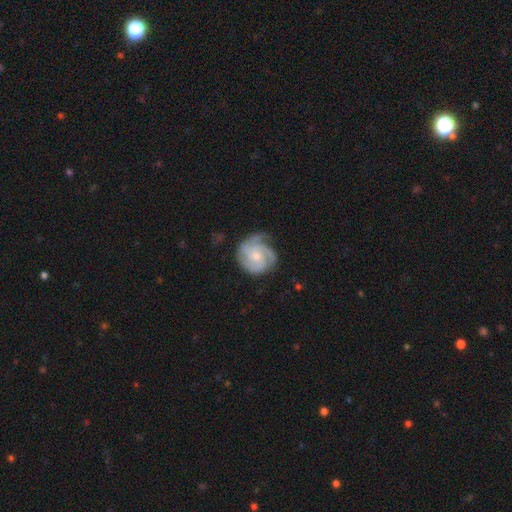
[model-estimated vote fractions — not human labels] Smooth or featured? featured or disk (85%)
Edge-on disk? no (98%)
Bar? no (73%)
Spiral arms? yes (98%)
Spiral winding? tight (62%)
Spiral arm count? 3 (59%)
Bulge size? moderate (49%)
Merging? none (72%)